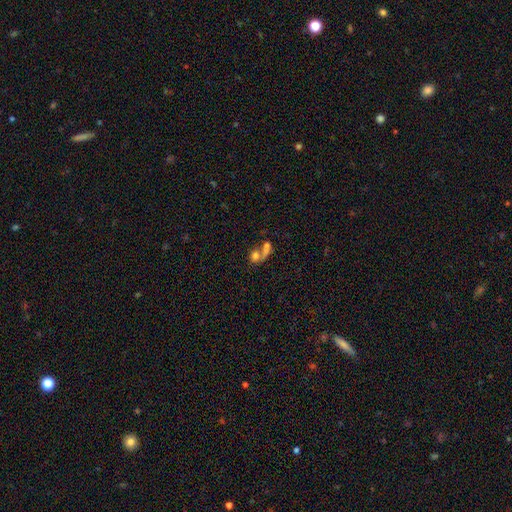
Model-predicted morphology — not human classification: A smooth galaxy with no disk features (48%). Merging: merger (49%).